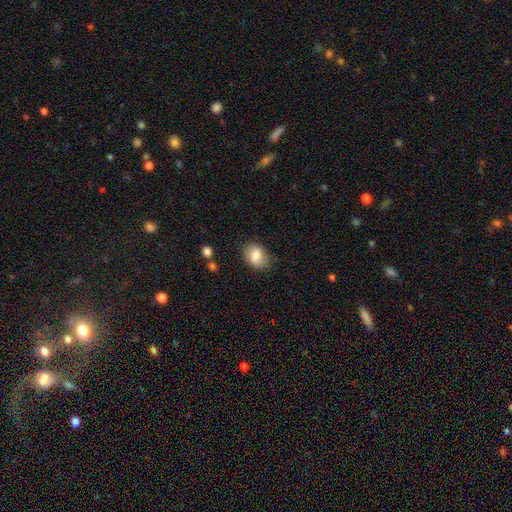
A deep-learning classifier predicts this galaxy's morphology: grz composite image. It shows a smooth galaxy with no disk features (80%) that is in between round and cigar-shaped (73%). Merging: none (80%).